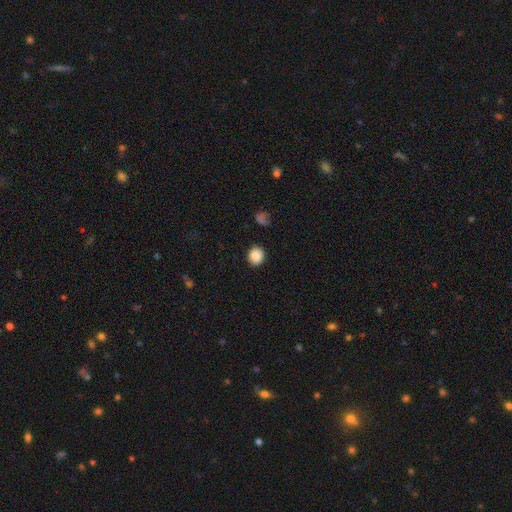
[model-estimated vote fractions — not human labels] Smooth or featured? Predicted: smooth (p=0.87). How rounded? Predicted: round (p=0.82). Merging? Predicted: none (p=0.87).